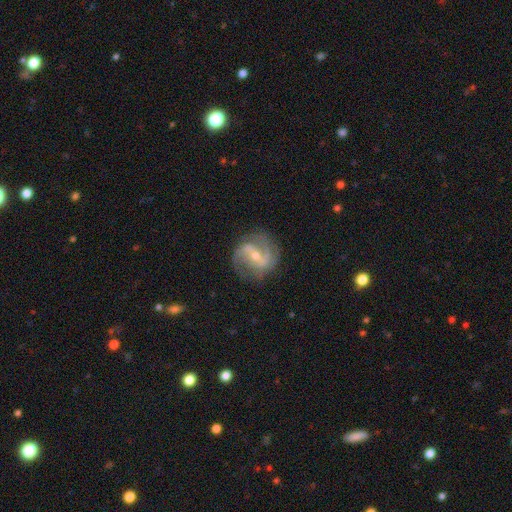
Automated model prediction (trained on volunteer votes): Q: Smooth or featured?
A: featured or disk (87%); runner-up: smooth (7%)
Q: Edge-on disk?
A: no (97%); runner-up: yes (3%)
Q: Bar?
A: weak (43%); runner-up: strong (36%)
Q: Spiral arms?
A: yes (95%); runner-up: no (5%)
Q: Spiral winding?
A: medium (48%); runner-up: loose (28%)
Q: Spiral arm count?
A: 2 (77%); runner-up: can't tell (8%)
Q: Bulge size?
A: small (58%); runner-up: moderate (38%)
Q: Merging?
A: none (78%); runner-up: minor disturbance (14%)